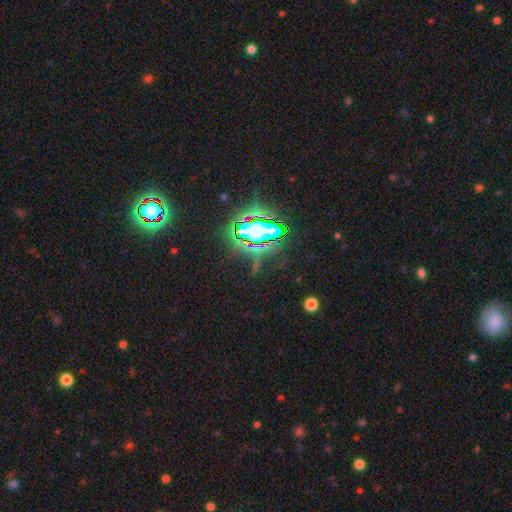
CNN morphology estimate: smooth_or_featured: star or artifact (p=0.77) [alt: smooth p=0.12]